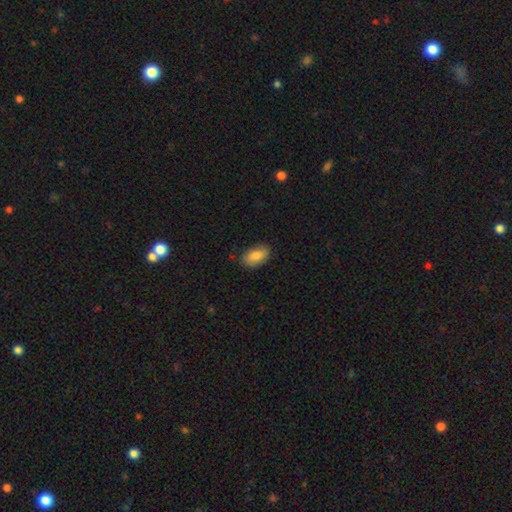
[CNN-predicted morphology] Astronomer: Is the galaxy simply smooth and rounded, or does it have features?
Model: smooth — 85%.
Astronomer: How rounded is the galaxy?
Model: in between — 93%.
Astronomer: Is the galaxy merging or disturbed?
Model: none — 82%.